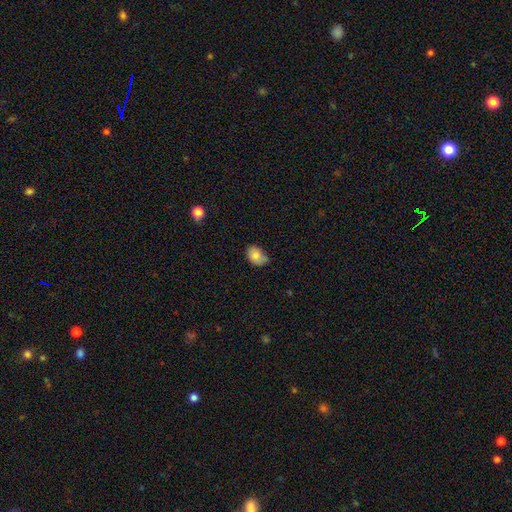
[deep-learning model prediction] Smooth or featured?
  - smooth: 84% *
  - featured or disk: 8%
  - star or artifact: 8%
How rounded?
  - in between: 81% *
  - round: 18%
  - cigar-shaped: 1%
Merging?
  - none: 56% *
  - minor disturbance: 35%
  - major disturbance: 6%
  - merger: 3%